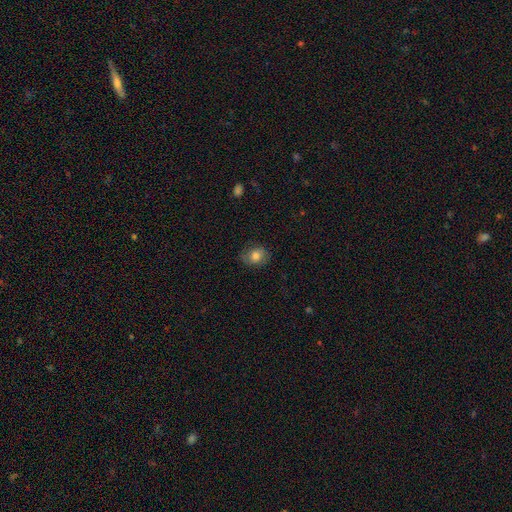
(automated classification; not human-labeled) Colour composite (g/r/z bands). It shows a smooth galaxy with no disk features (76%) that is in between round and cigar-shaped (50%). Merging: none (76%).